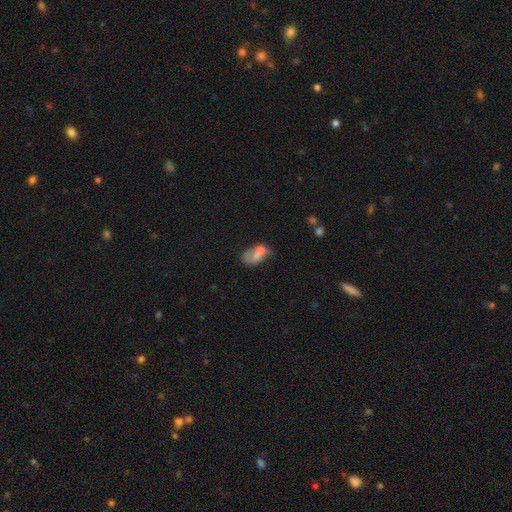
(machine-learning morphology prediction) Smooth or featured? Predicted: smooth (p=0.54). How rounded? Predicted: in between (p=0.83). Merging? Predicted: merger (p=0.39).